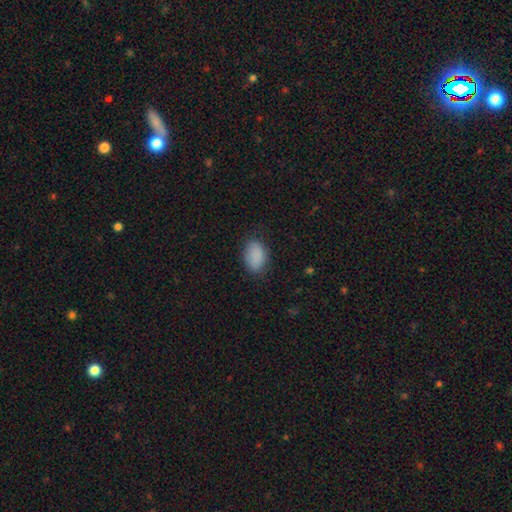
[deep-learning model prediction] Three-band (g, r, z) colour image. It shows a smooth galaxy with no disk features (88%) that is in between round and cigar-shaped (89%). Merging: none (79%).